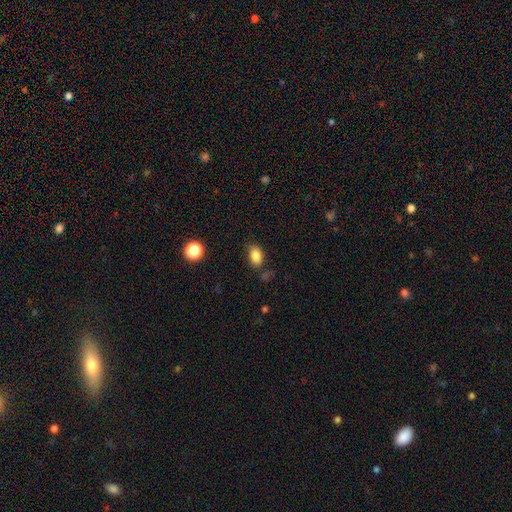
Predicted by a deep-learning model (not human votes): Smooth or featured? smooth (85%)
How rounded? in between (84%)
Merging? none (75%)